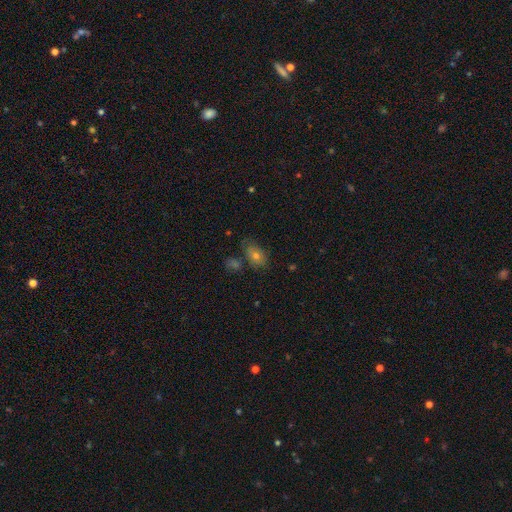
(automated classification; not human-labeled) Overall: smooth (60%; featured or disk 22%). How rounded: in between (78%). Merging: none (67%).